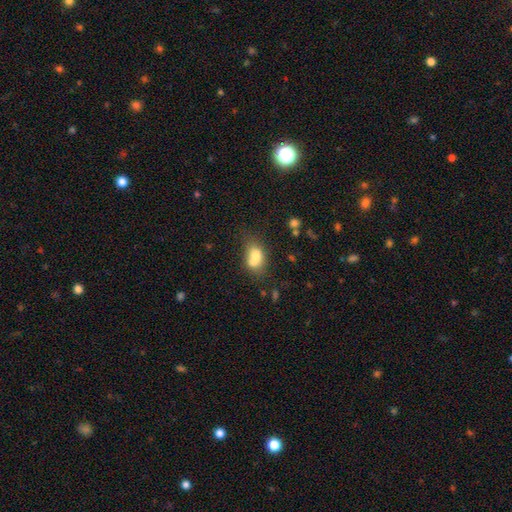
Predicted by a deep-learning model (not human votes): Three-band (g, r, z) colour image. It shows a smooth galaxy with no disk features (69%) that is in between round and cigar-shaped (64%). Merging: merger (56%).